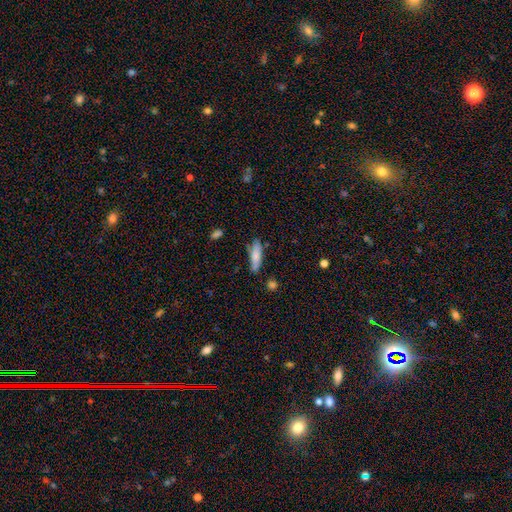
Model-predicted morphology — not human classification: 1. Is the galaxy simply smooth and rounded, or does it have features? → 75% smooth, 18% featured or disk, 7% star or artifact.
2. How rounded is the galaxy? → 61% cigar-shaped, 37% in between, 2% round.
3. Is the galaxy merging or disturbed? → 64% none, 25% minor disturbance, 6% major disturbance, 5% merger.